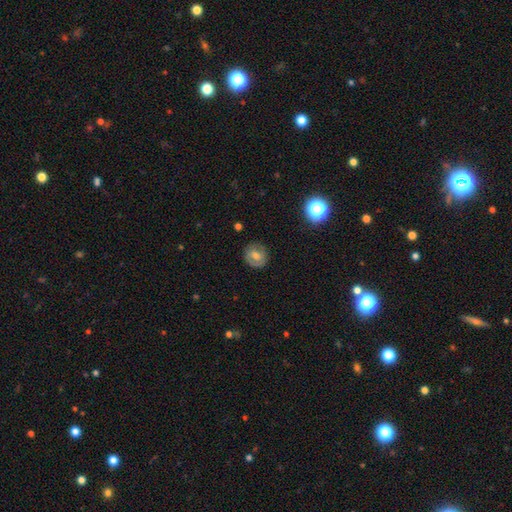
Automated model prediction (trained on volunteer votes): Smooth or featured?
  - smooth: 54% *
  - featured or disk: 35%
  - star or artifact: 11%
How rounded?
  - round: 83% *
  - in between: 16%
  - cigar-shaped: 1%
Merging?
  - none: 84% *
  - minor disturbance: 12%
  - major disturbance: 3%
  - merger: 1%